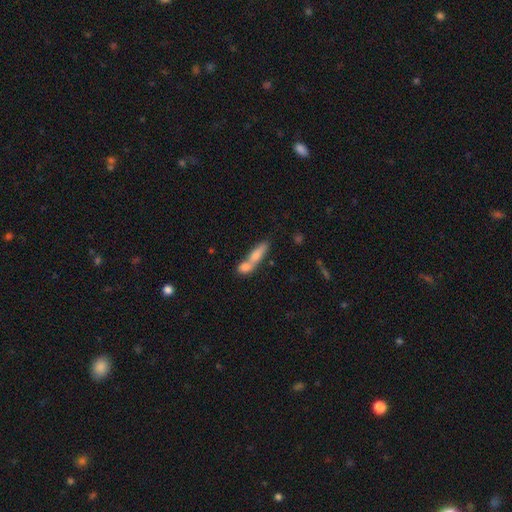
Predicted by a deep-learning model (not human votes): Smooth or featured?
  - smooth: 68% *
  - featured or disk: 23%
  - star or artifact: 9%
How rounded?
  - cigar-shaped: 61% *
  - in between: 34%
  - round: 6%
Merging?
  - merger: 60% *
  - none: 28%
  - minor disturbance: 8%
  - major disturbance: 4%